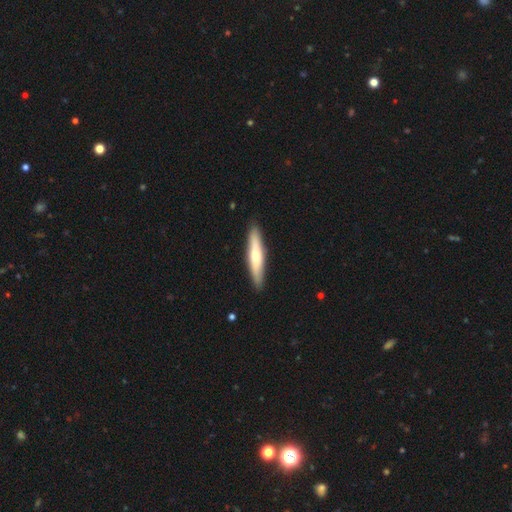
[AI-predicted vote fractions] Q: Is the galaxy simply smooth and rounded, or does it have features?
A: smooth — 58%.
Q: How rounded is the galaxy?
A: cigar-shaped — 88%.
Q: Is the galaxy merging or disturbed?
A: none — 89%.